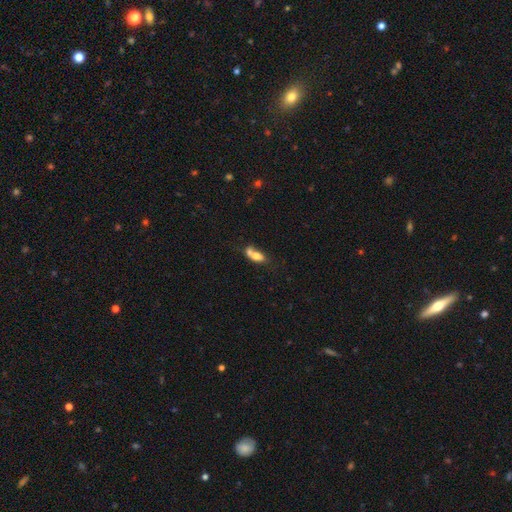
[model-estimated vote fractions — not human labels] This appears to be a smooth galaxy with no disk features (70%) that is in between round and cigar-shaped (77%). Merging: merger (57%).